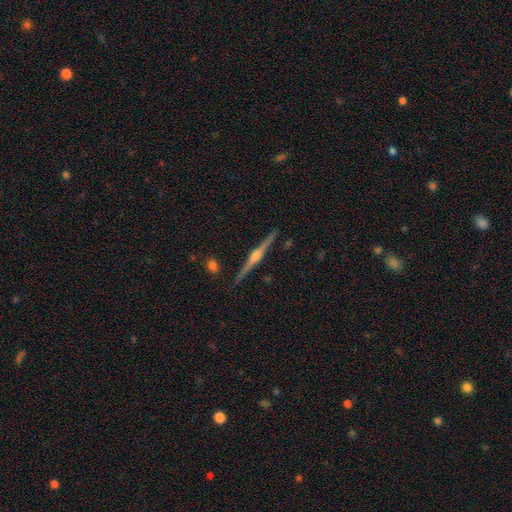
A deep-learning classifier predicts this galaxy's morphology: The model was most divided on "smooth or featured": featured or disk: 88%, smooth: 7%, star or artifact: 5%. More confident: edge-on disk — yes (99%); edge-on bulge — rounded (93%); merging — none (92%).